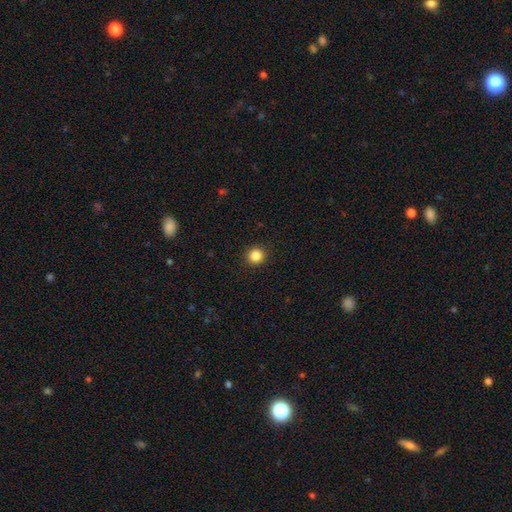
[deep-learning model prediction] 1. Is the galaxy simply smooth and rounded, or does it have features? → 85% smooth, 11% star or artifact, 4% featured or disk.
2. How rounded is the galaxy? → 94% round, 5% in between, 1% cigar-shaped.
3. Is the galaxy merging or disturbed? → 93% none, 4% minor disturbance, 2% major disturbance, 1% merger.